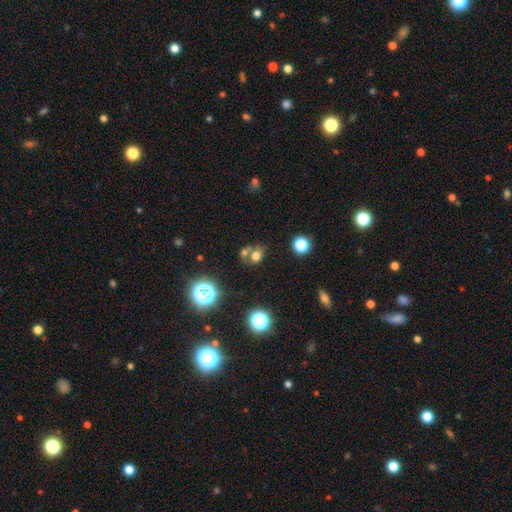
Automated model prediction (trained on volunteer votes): Smooth or featured? smooth (66%)
How rounded? round (54%)
Merging? none (42%)